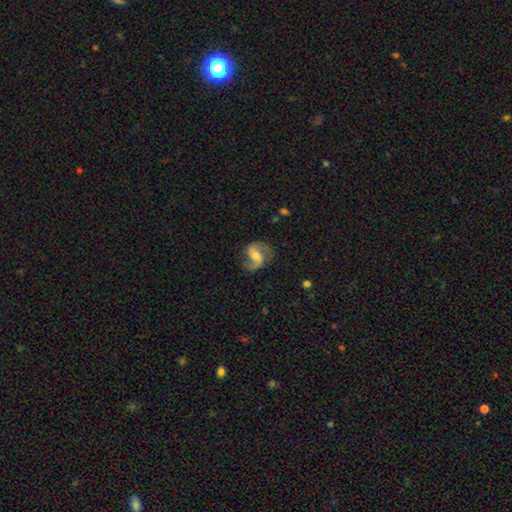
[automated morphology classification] This is clearly a featured or disk galaxy (80%). It is clearly not viewed edge-on (97%). Bar: possibly weak (46%). Spiral arm pattern: clearly yes (94%). Spiral arm count: clearly 2 (87%). Spiral winding: marginally medium (45%). Central bulge: possibly moderate (55%). Merging: likely none (69%).